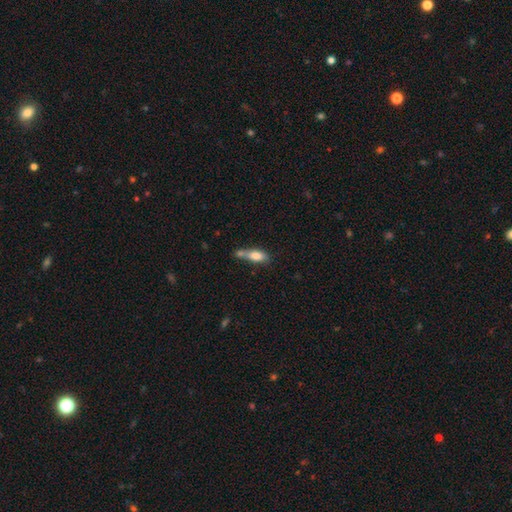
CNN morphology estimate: The model was most divided on "merging": merger: 38%, none: 31%, minor disturbance: 22%, major disturbance: 9%. More confident: smooth or featured — smooth (76%); how rounded — in between (68%).